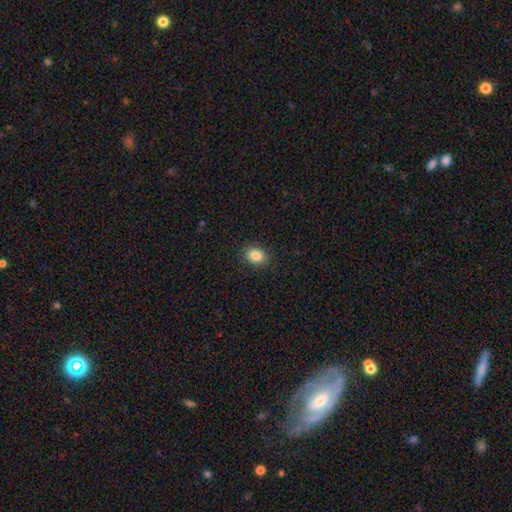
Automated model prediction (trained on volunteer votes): Smooth or featured: smooth — 85% (star or artifact — 9%)
How rounded: in between — 65% (round — 34%)
Merging: none — 89% (minor disturbance — 8%)